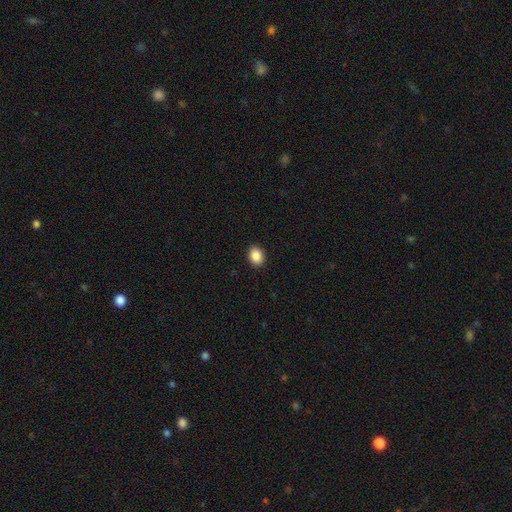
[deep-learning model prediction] Smooth or featured: smooth — 89% (star or artifact — 8%)
How rounded: in between — 63% (round — 36%)
Merging: none — 91% (minor disturbance — 6%)